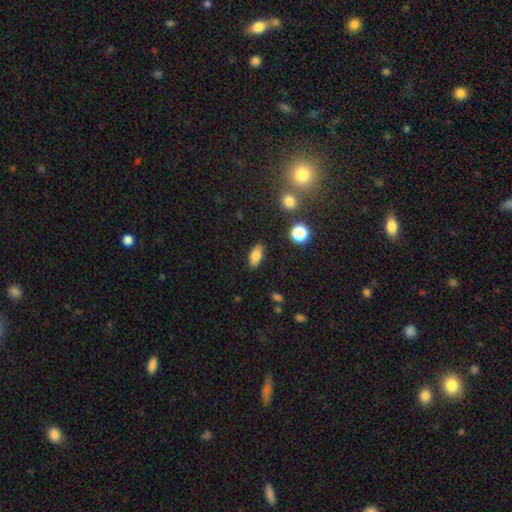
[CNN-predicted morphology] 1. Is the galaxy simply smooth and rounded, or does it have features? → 79% smooth, 11% featured or disk, 10% star or artifact.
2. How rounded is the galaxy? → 86% in between, 9% cigar-shaped, 5% round.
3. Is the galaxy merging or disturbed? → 87% none, 9% minor disturbance, 2% major disturbance, 2% merger.